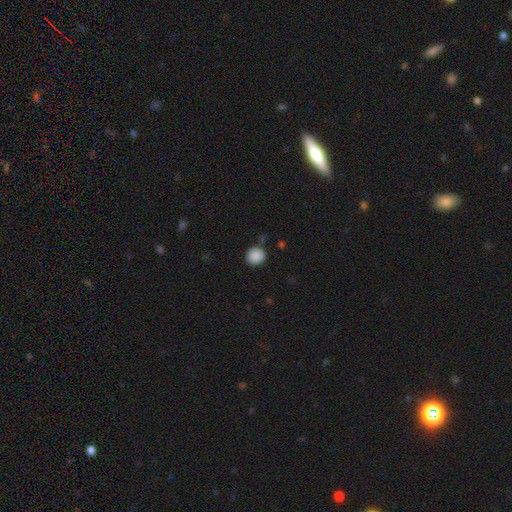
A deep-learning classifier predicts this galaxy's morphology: Smooth or featured: smooth — 88% (star or artifact — 9%)
How rounded: round — 81% (in between — 18%)
Merging: none — 80% (minor disturbance — 13%)